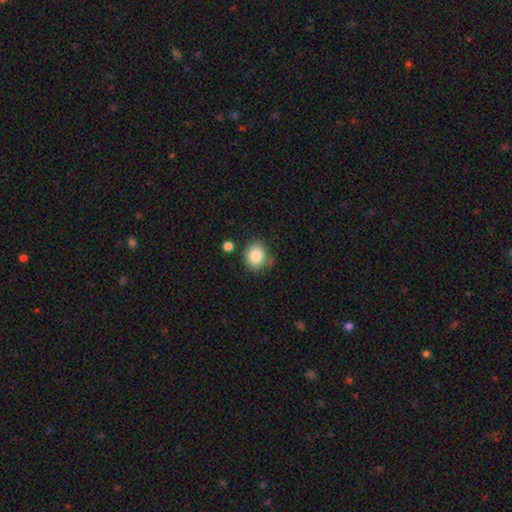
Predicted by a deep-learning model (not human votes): smooth_or_featured: smooth (p=0.85) [alt: star or artifact p=0.09]
how_rounded: round (p=0.73) [alt: in between p=0.26]
merging: none (p=0.75) [alt: minor disturbance p=0.15]